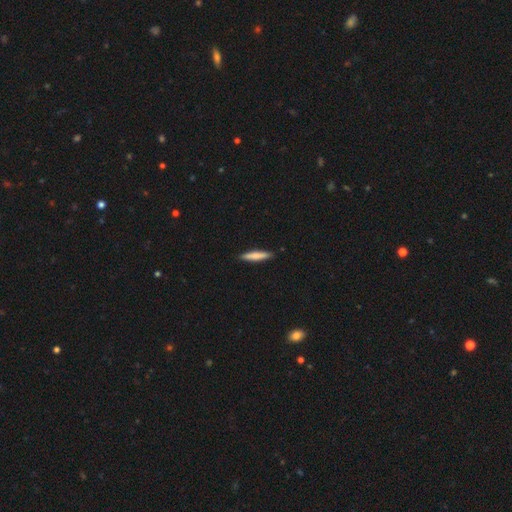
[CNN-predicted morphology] smooth-or-featured: smooth: 77% | featured or disk: 18% | star or artifact: 5%
  how-rounded: cigar-shaped: 91% | in between: 7% | round: 1%
  merging: none: 90% | minor disturbance: 7% | major disturbance: 1% | merger: 1%